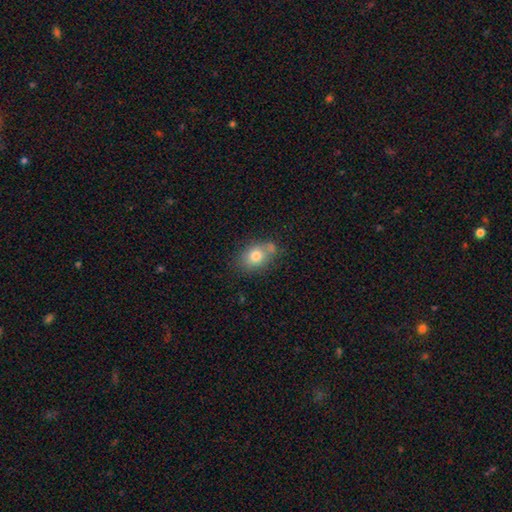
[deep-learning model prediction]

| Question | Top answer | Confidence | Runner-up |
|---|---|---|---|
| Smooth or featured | smooth | 78% | featured or disk (13%) |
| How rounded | in between | 64% | round (35%) |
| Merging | none | 57% | minor disturbance (20%) |